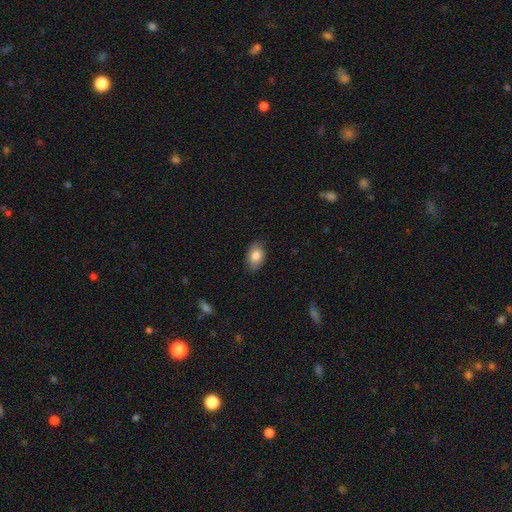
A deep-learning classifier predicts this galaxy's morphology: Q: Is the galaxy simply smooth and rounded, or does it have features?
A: smooth — 82%.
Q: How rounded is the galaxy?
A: in between — 85%.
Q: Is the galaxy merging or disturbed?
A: none — 81%.